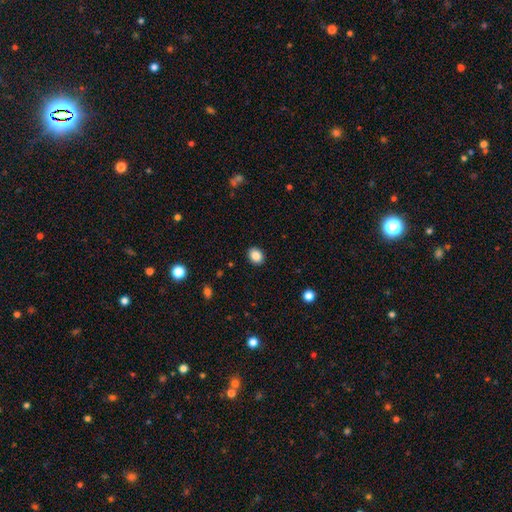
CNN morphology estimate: A smooth galaxy with no disk features (86%) that is round (51%).

Vote fractions:
- Smooth or featured? smooth: 86% / star or artifact: 10% / featured or disk: 5%
- How rounded? round: 51% / in between: 48% / cigar-shaped: 1%
- Merging? none: 90% / minor disturbance: 7% / major disturbance: 2% / merger: 1%